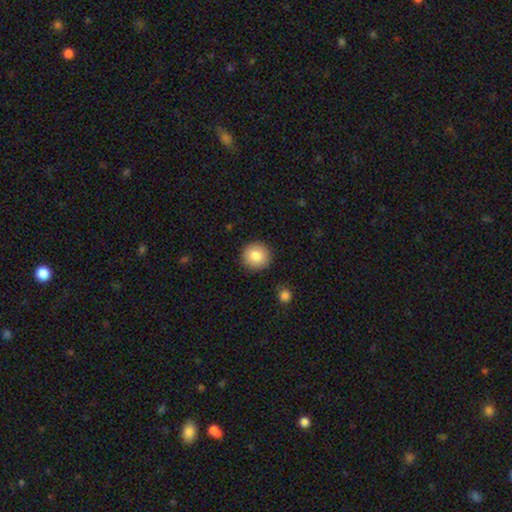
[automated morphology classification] smooth 84%, star or artifact 8%, featured or disk 8%. Down the decision tree: how rounded — round (94%); merging — none (90%).